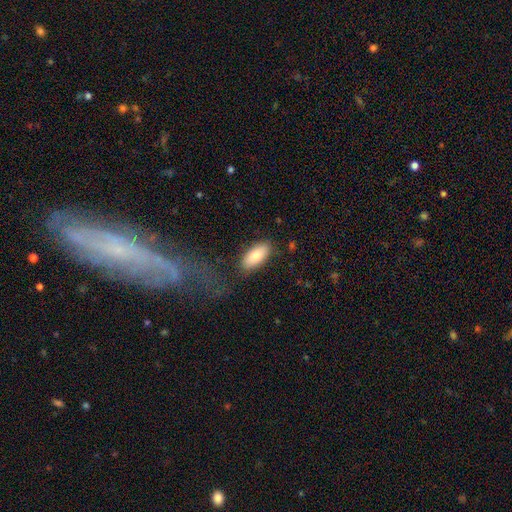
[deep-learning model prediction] Smooth or featured?
  - smooth: 83% *
  - featured or disk: 11%
  - star or artifact: 6%
How rounded?
  - in between: 88% *
  - cigar-shaped: 10%
  - round: 2%
Merging?
  - none: 83% *
  - minor disturbance: 12%
  - major disturbance: 3%
  - merger: 2%